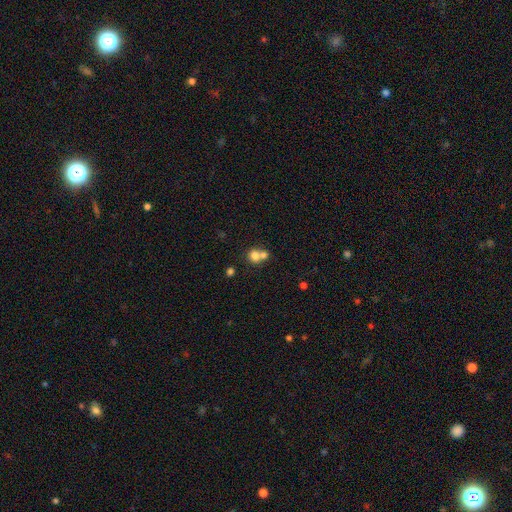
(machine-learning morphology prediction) A smooth galaxy with no disk features (75%) that is round (75%). Merging: merger (59%).